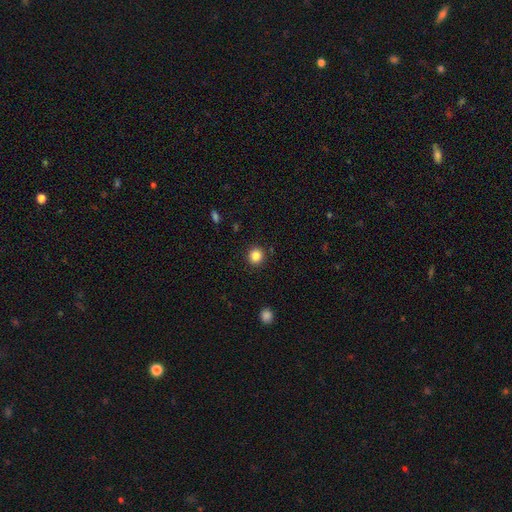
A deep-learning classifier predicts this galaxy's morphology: A smooth galaxy with no disk features (84%) that is round (91%). Merging: none (91%).